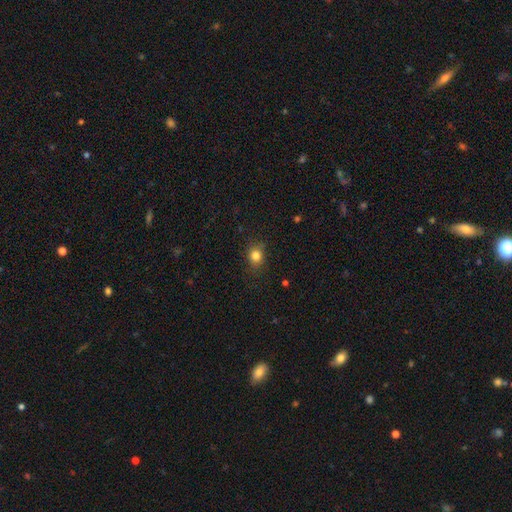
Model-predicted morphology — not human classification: Smooth or featured? Predicted: smooth (p=0.82). How rounded? Predicted: round (p=0.65). Merging? Predicted: none (p=0.82).